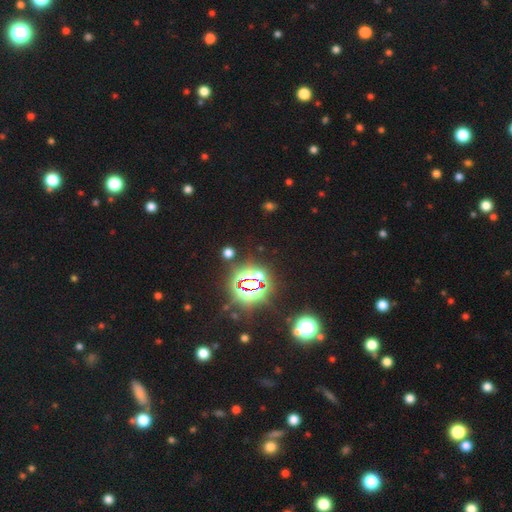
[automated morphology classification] Smooth or featured? Predicted: star or artifact (p=0.81).